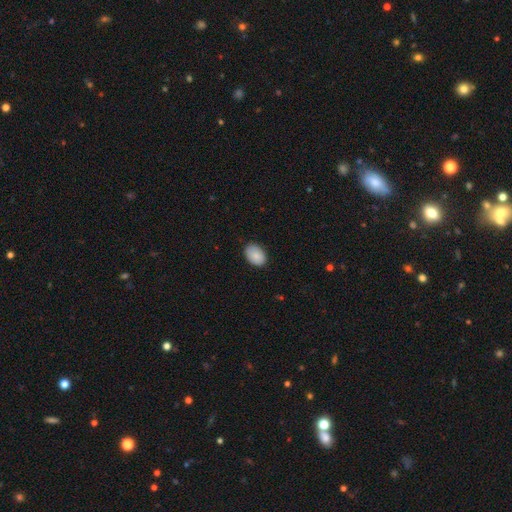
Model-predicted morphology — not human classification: A smooth galaxy with no disk features (86%) that is in between round and cigar-shaped (84%). Merging: none (83%).